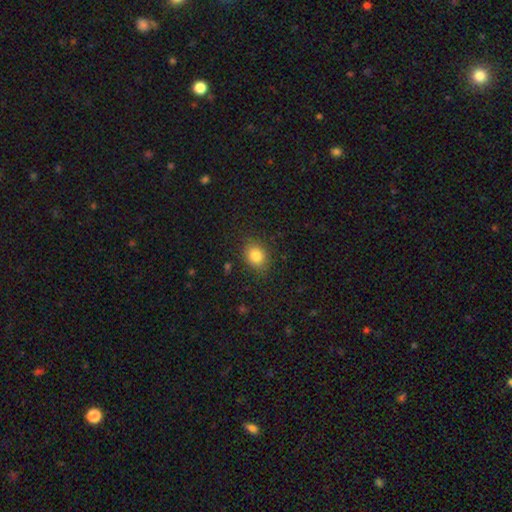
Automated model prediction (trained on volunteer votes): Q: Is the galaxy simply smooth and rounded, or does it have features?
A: smooth — 83%.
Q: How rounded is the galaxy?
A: round — 54%.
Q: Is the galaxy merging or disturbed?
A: none — 83%.